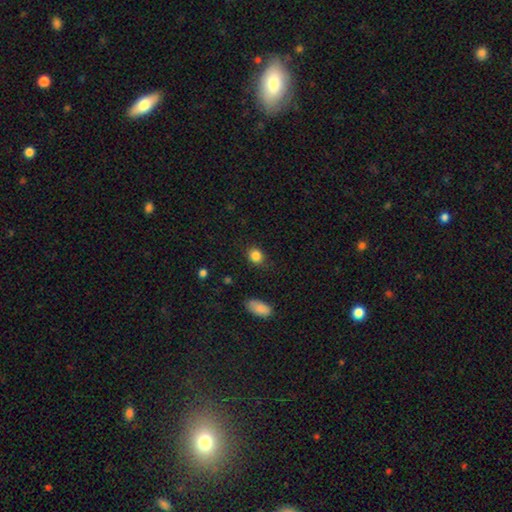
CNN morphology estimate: Smooth or featured? smooth (85%)
How rounded? round (61%)
Merging? none (80%)